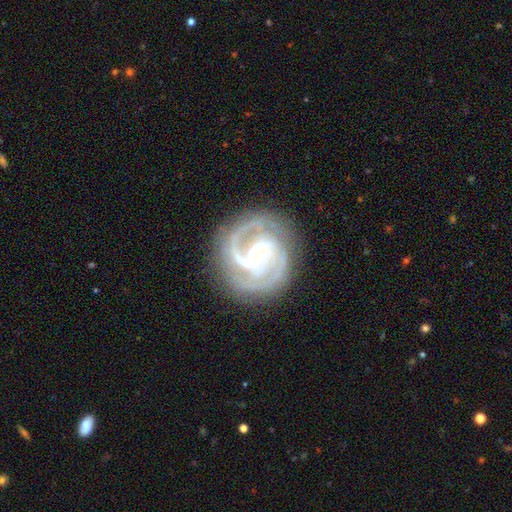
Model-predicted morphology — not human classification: Smooth or featured? Predicted: featured or disk (p=0.90). Edge-on disk? Predicted: no (p=0.98). Bar? Predicted: weak (p=0.43). Spiral arms? Predicted: yes (p=0.98). Spiral winding? Predicted: tight (p=0.53). Spiral arm count? Predicted: 2 (p=0.52). Bulge size? Predicted: small (p=0.74). Merging? Predicted: none (p=0.77).